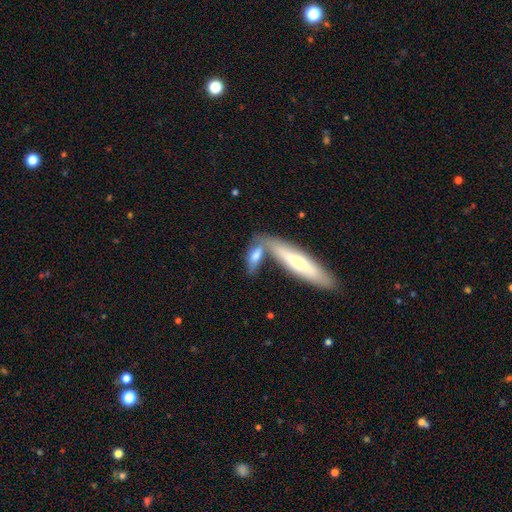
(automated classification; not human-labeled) Smooth or featured?
  - smooth: 65% *
  - featured or disk: 28%
  - star or artifact: 7%
How rounded?
  - in between: 50% *
  - cigar-shaped: 46%
  - round: 4%
Merging?
  - none: 42% *
  - merger: 41%
  - minor disturbance: 12%
  - major disturbance: 5%